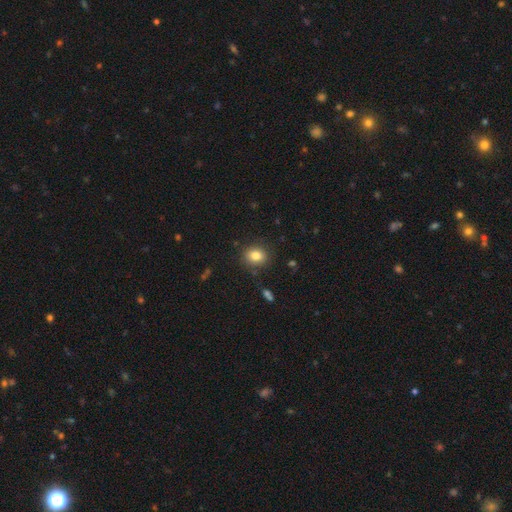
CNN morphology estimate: smooth 83%, star or artifact 10%, featured or disk 7%. Down the decision tree: how rounded — round (62%); merging — none (87%).